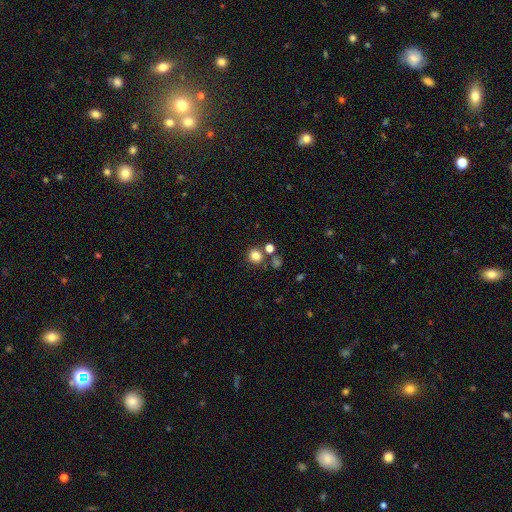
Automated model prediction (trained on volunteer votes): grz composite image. It shows a smooth galaxy with no disk features (80%) that is round (88%). Merging: none (76%).